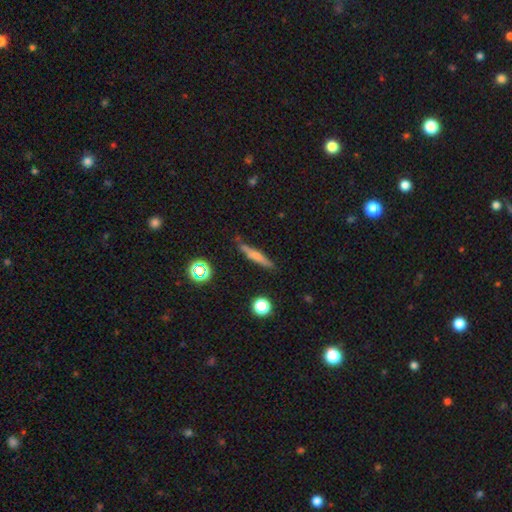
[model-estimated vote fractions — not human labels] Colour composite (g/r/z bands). It shows a smooth galaxy with no disk features (53%) that is cigar-shaped (87%). Merging: none (80%).